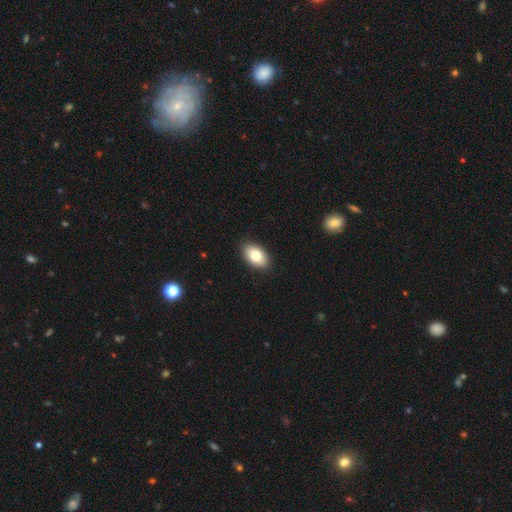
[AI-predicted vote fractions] A smooth galaxy with no disk features (80%) that is in between round and cigar-shaped (91%).

Vote fractions:
- Smooth or featured? smooth: 80% / featured or disk: 13% / star or artifact: 7%
- How rounded? in between: 91% / round: 7% / cigar-shaped: 1%
- Merging? none: 90% / minor disturbance: 7% / major disturbance: 2% / merger: 1%